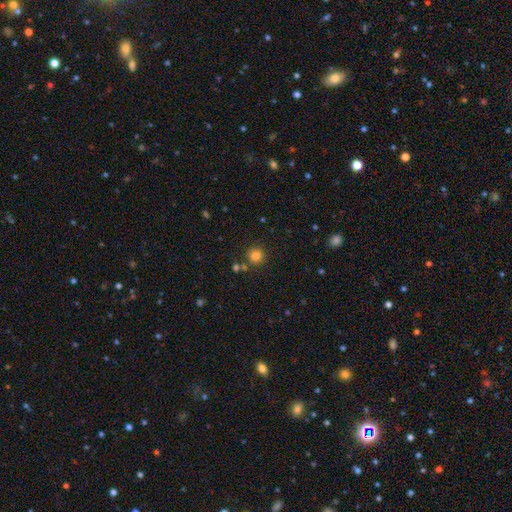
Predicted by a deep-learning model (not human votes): This is clearly a smooth galaxy (81%). How rounded: clearly round (93%). Merging: clearly none (83%).